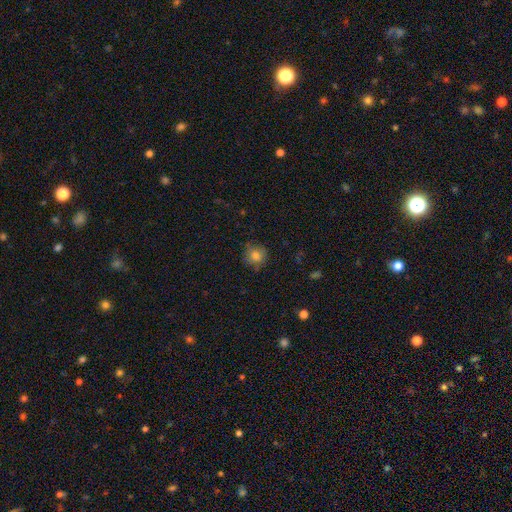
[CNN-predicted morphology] A smooth galaxy with no disk features (80%) that is round (91%).

Vote fractions:
- Smooth or featured? smooth: 80% / star or artifact: 11% / featured or disk: 8%
- How rounded? round: 91% / in between: 8% / cigar-shaped: 1%
- Merging? none: 82% / minor disturbance: 14% / major disturbance: 3% / merger: 2%